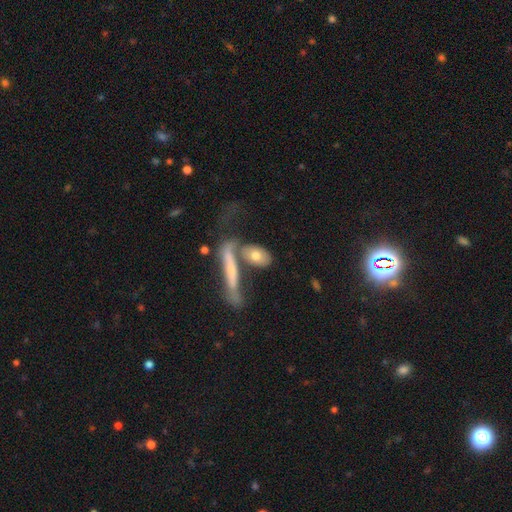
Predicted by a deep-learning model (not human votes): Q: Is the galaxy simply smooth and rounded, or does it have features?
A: smooth — 64%.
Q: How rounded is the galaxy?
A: in between — 73%.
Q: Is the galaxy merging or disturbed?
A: merger — 41%.